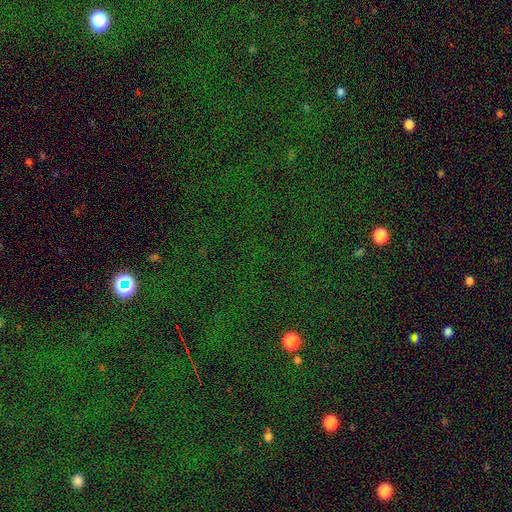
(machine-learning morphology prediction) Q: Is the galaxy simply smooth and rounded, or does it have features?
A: star or artifact — 81%.